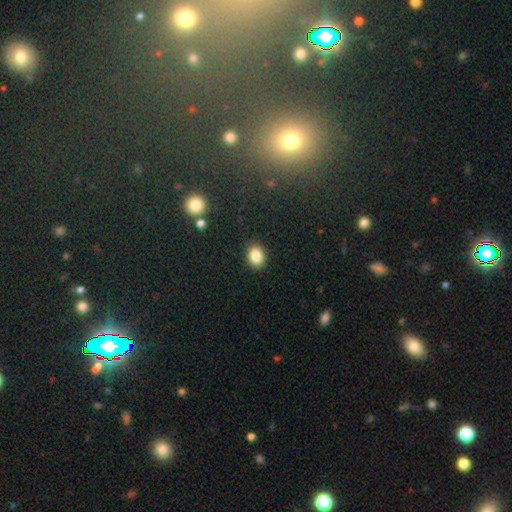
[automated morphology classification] smooth-or-featured: smooth: 85% | star or artifact: 10% | featured or disk: 6%
  how-rounded: in between: 53% | round: 46% | cigar-shaped: 1%
  merging: none: 89% | minor disturbance: 8% | major disturbance: 2% | merger: 1%